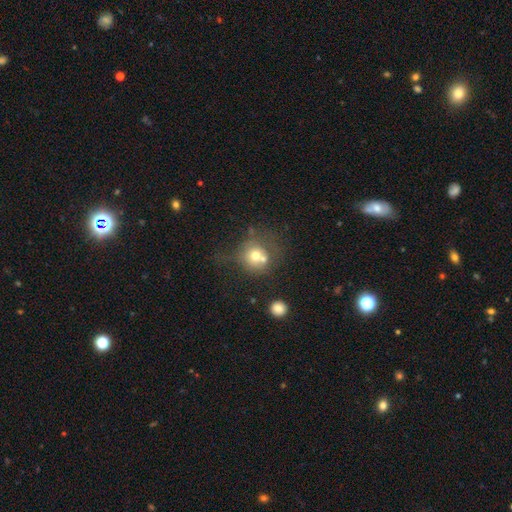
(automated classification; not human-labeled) Morphology: type=smooth (64%); roundness=round (86%); merging=none (38%).